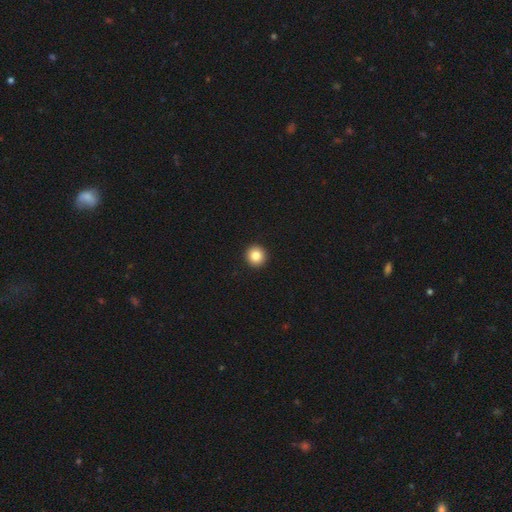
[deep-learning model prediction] The model was most divided on "smooth or featured": smooth: 83%, star or artifact: 10%, featured or disk: 7%. More confident: how rounded — round (95%); merging — none (94%).